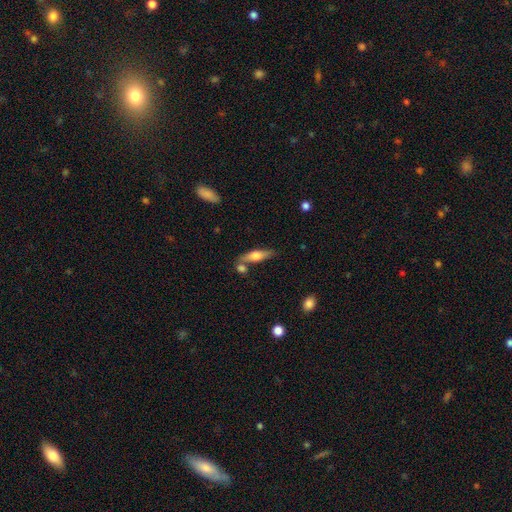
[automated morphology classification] Smooth or featured? Predicted: smooth (p=0.55). How rounded? Predicted: cigar-shaped (p=0.56). Merging? Predicted: none (p=0.65).